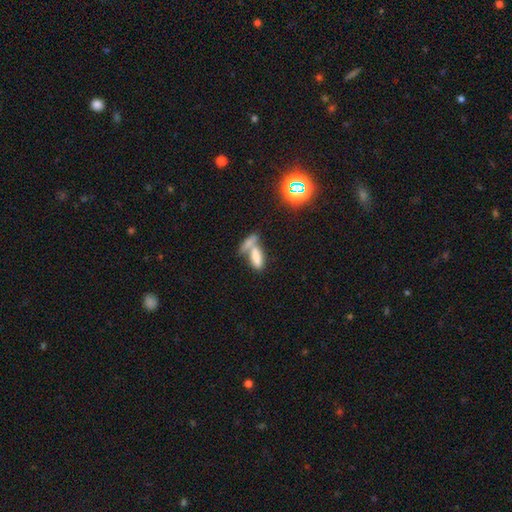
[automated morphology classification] smooth-or-featured: smooth: 75% | featured or disk: 14% | star or artifact: 11%
  how-rounded: in between: 69% | cigar-shaped: 28% | round: 3%
  merging: merger: 62% | none: 24% | minor disturbance: 8% | major disturbance: 5%